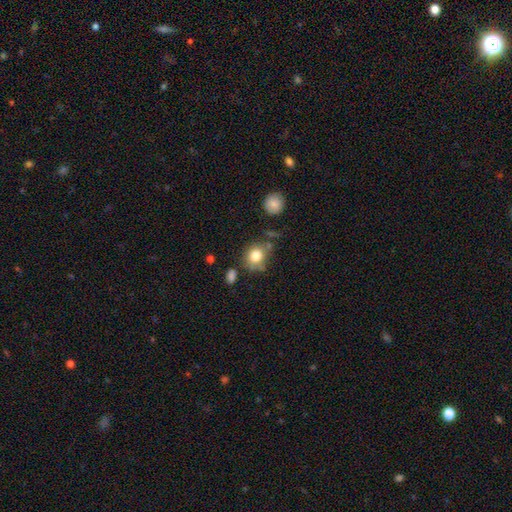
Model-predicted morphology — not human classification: Overall: smooth (80%). How rounded: round (72%). Merging: none (64%).